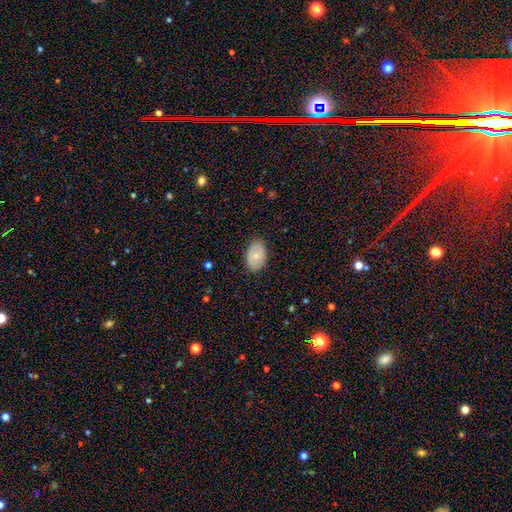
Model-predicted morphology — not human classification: smooth-or-featured: smooth: 72% | featured or disk: 21% | star or artifact: 7%
  how-rounded: in between: 87% | round: 12% | cigar-shaped: 1%
  merging: none: 81% | minor disturbance: 15% | major disturbance: 3% | merger: 1%